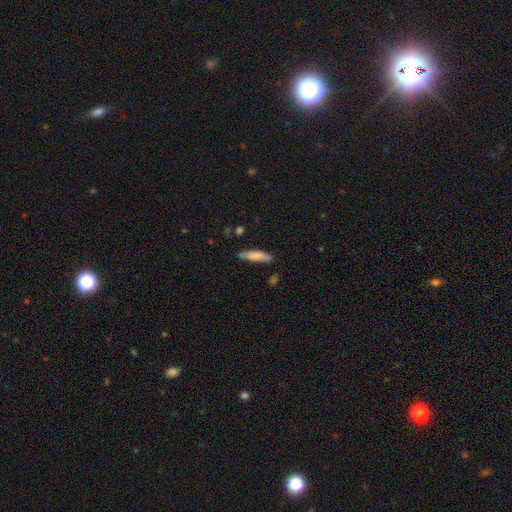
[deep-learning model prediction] Smooth or featured: smooth — 79% (featured or disk — 15%)
How rounded: cigar-shaped — 71% (in between — 28%)
Merging: none — 71% (minor disturbance — 21%)